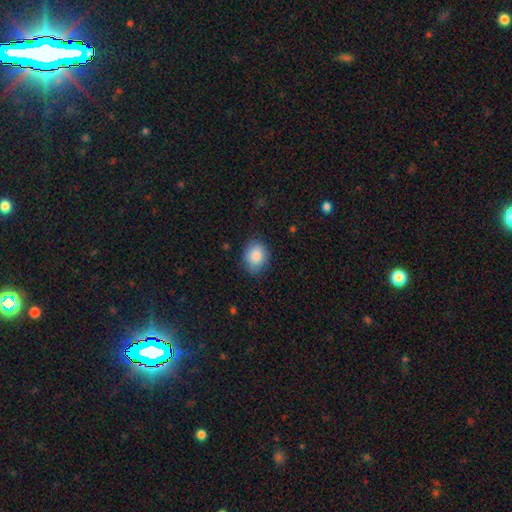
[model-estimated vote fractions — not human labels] smooth 86%, star or artifact 7%, featured or disk 7%. Down the decision tree: how rounded — in between (53%); merging — none (80%).